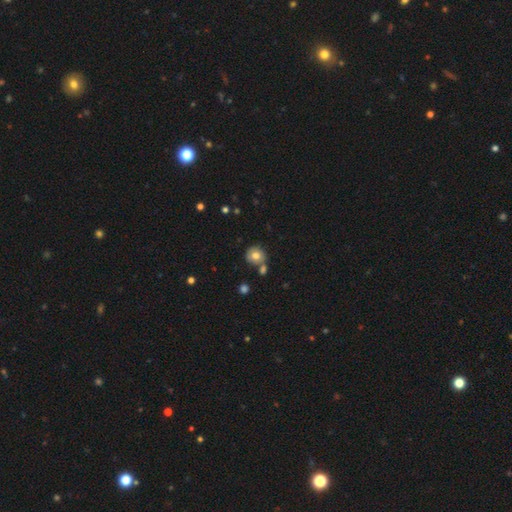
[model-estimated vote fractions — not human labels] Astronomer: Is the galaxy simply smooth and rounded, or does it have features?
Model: smooth — 76%.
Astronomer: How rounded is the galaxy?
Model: round — 88%.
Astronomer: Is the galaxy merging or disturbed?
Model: none — 67%.